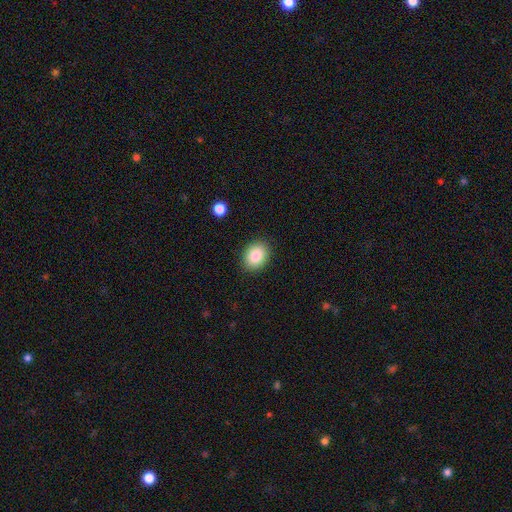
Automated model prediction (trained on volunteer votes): Smooth or featured? Predicted: smooth (p=0.86). How rounded? Predicted: in between (p=0.57). Merging? Predicted: none (p=0.88).